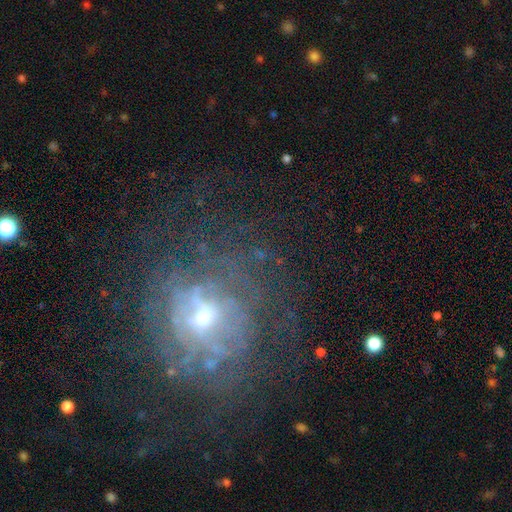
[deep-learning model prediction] The model was most divided on "bulge size": small: 49%, moderate: 43%, large: 4%, none: 2%, dominant: 2%. More confident: edge-on disk — no (92%); bar — no (65%); spiral arms — no (62%); merging — none (58%); smooth or featured — featured or disk (58%).